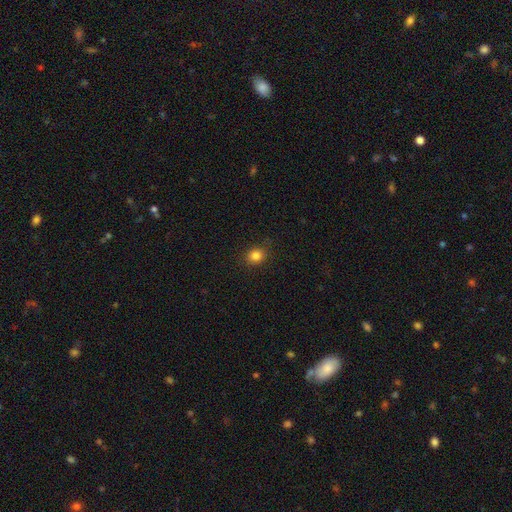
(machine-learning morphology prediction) The model was most divided on "how rounded": round: 70%, in between: 29%, cigar-shaped: 1%. More confident: merging — none (87%); smooth or featured — smooth (84%).